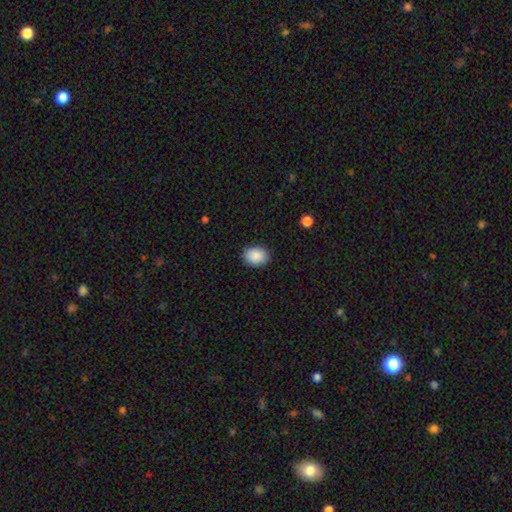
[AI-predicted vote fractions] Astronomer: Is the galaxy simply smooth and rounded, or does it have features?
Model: smooth — 89%.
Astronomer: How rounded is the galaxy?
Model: in between — 70%.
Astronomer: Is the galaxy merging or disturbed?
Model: none — 88%.